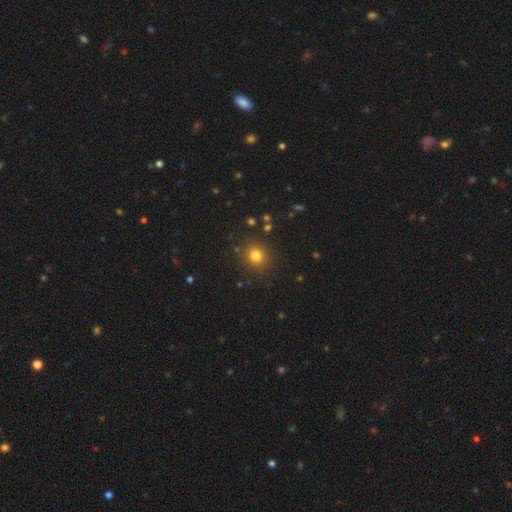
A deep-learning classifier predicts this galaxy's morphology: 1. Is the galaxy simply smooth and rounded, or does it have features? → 79% smooth, 15% star or artifact, 6% featured or disk.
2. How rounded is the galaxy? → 88% round, 11% in between, 1% cigar-shaped.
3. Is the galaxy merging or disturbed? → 88% none, 7% minor disturbance, 3% major disturbance, 2% merger.